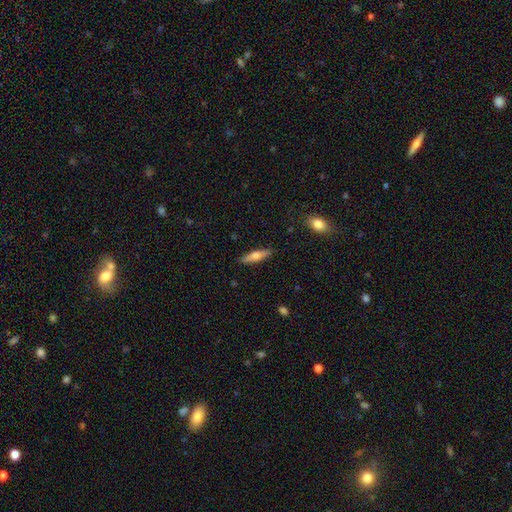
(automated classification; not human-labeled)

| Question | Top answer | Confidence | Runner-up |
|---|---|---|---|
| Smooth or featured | smooth | 55% | featured or disk (39%) |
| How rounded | cigar-shaped | 70% | in between (28%) |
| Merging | none | 88% | minor disturbance (9%) |